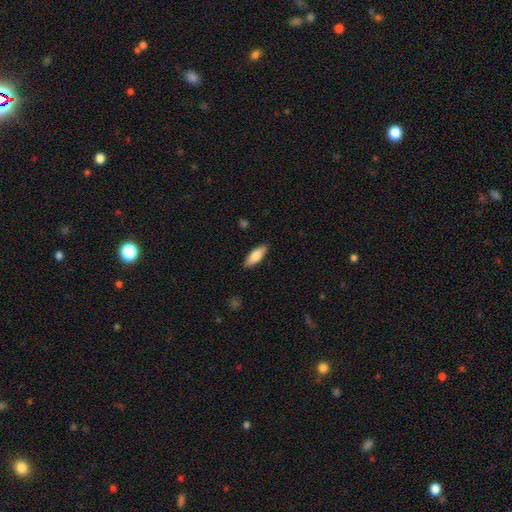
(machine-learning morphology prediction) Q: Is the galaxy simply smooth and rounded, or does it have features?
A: smooth — 77%.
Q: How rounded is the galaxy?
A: in between — 68%.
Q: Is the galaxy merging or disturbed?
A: none — 87%.